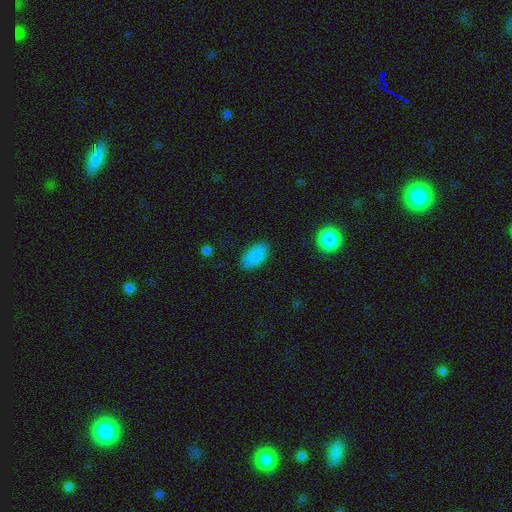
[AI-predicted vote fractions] smooth_or_featured: smooth (p=0.87) [alt: star or artifact p=0.08]
how_rounded: in between (p=0.93) [alt: round p=0.04]
merging: none (p=0.85) [alt: minor disturbance p=0.11]